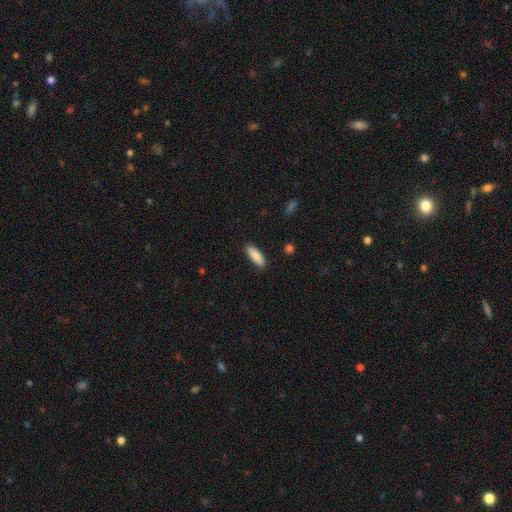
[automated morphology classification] Overall: smooth (87%). How rounded: in between (60%; cigar-shaped 38%). Merging: none (88%).